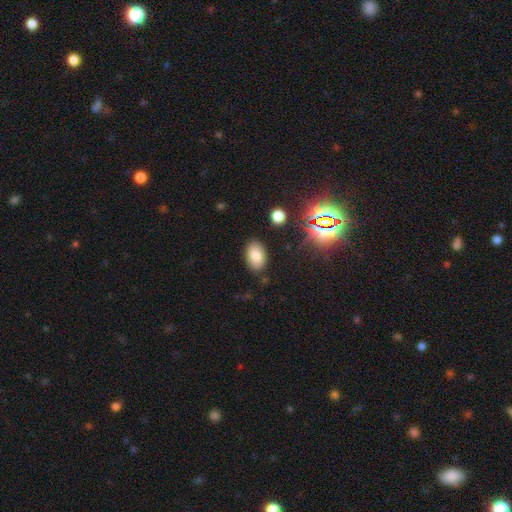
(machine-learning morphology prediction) Smooth or featured? Predicted: smooth (p=0.79). How rounded? Predicted: in between (p=0.88). Merging? Predicted: none (p=0.85).